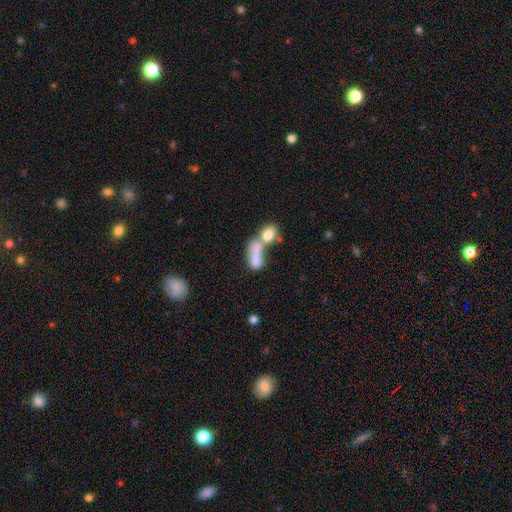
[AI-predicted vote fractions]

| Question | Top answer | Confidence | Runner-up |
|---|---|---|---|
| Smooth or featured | smooth | 71% | featured or disk (20%) |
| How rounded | in between | 70% | cigar-shaped (15%) |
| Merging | merger | 67% | none (14%) |